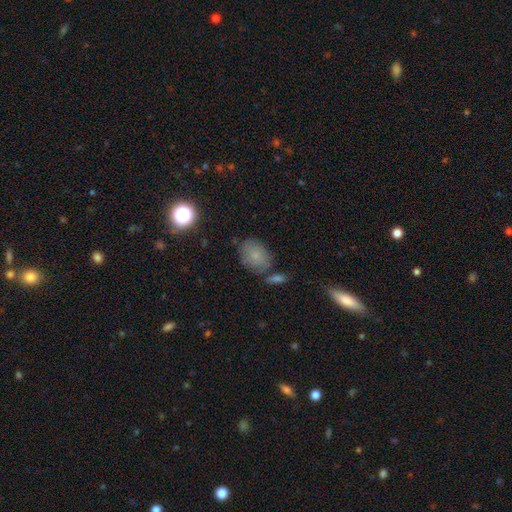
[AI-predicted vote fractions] A smooth galaxy with no disk features (72%) that is in between round and cigar-shaped (70%).

Vote fractions:
- Smooth or featured? smooth: 72% / featured or disk: 16% / star or artifact: 12%
- How rounded? in between: 70% / round: 29% / cigar-shaped: 1%
- Merging? none: 66% / minor disturbance: 19% / merger: 9% / major disturbance: 6%